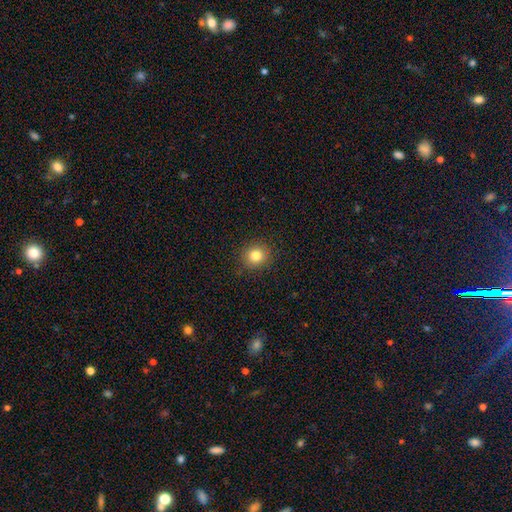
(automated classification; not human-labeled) Morphology: type=smooth (81%); roundness=round (90%); merging=none (90%).